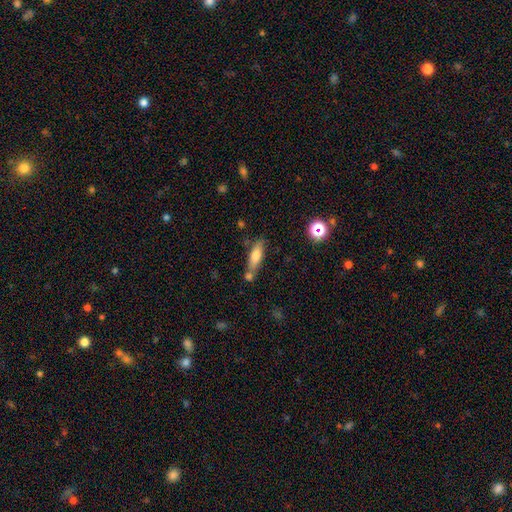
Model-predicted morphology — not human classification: Smooth or featured? Predicted: smooth (p=0.69). How rounded? Predicted: cigar-shaped (p=0.50). Merging? Predicted: none (p=0.60).